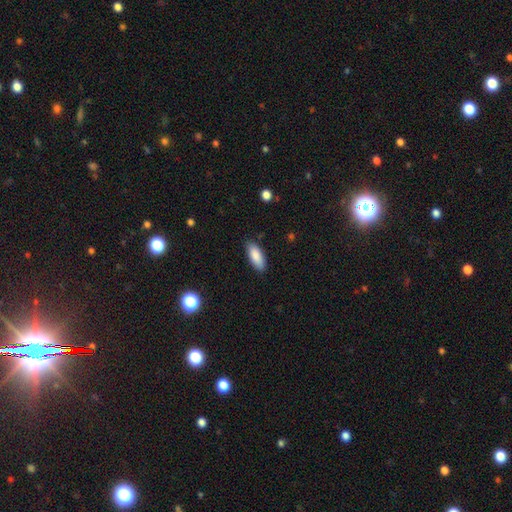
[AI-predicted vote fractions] This appears to be a smooth galaxy with no disk features (87%) that is in between round and cigar-shaped (78%). Merging: none (86%).